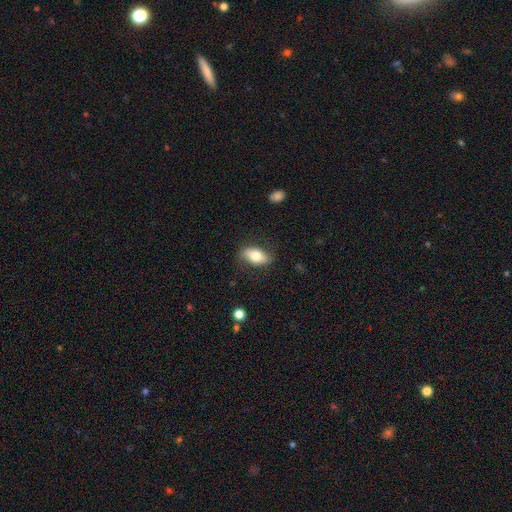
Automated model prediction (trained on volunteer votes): Morphology: type=smooth (74%); roundness=in between (89%); merging=none (79%).